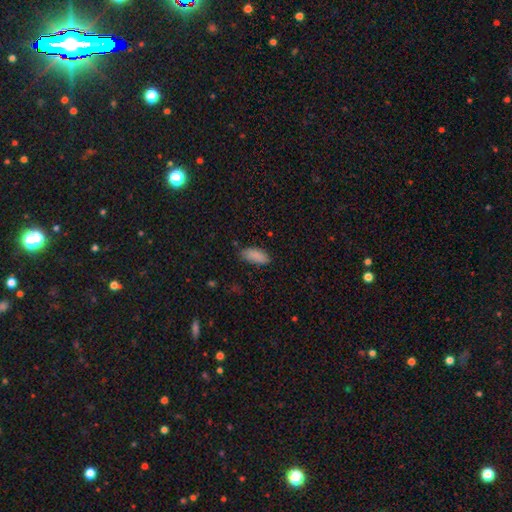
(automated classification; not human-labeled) The model was most divided on "merging": none: 81%, minor disturbance: 15%, major disturbance: 3%, merger: 1%. More confident: smooth or featured — smooth (88%); how rounded — in between (87%).